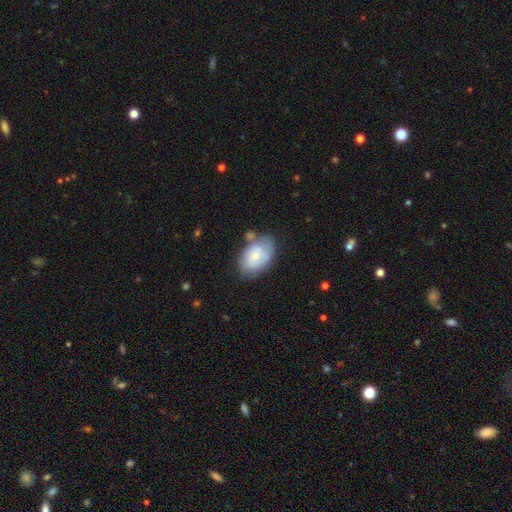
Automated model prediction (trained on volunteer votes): Smooth or featured? smooth (54%)
How rounded? in between (89%)
Merging? none (56%)